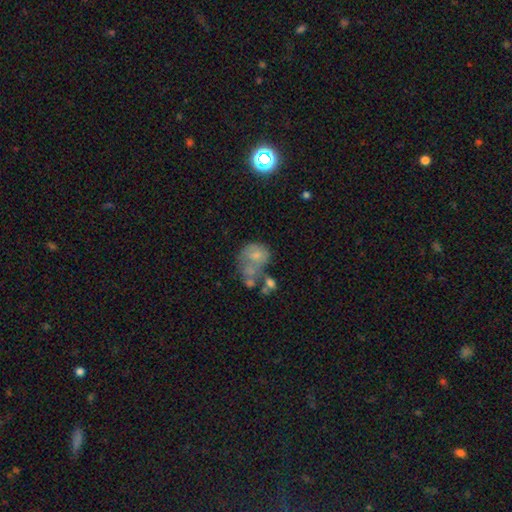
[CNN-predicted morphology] This appears to be a smooth galaxy with no disk features (56%) that is in between round and cigar-shaped (50%). Merging: merger (39%).